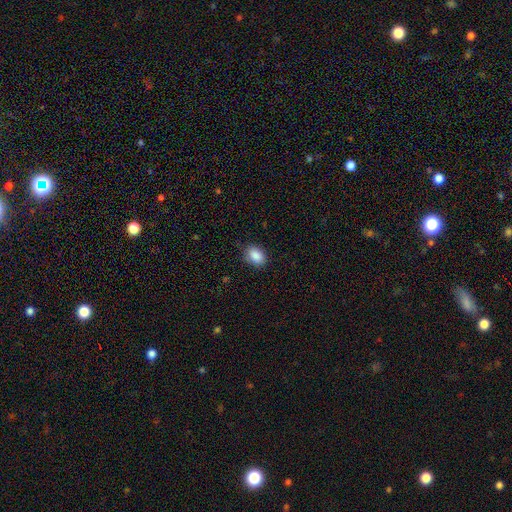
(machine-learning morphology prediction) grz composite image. It shows a smooth galaxy with no disk features (88%) that is in between round and cigar-shaped (77%). Merging: none (82%).